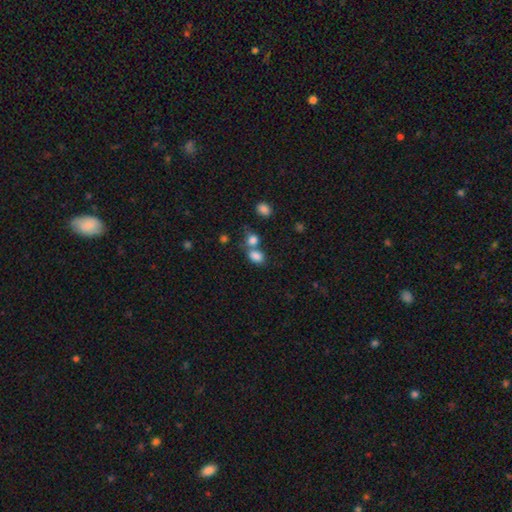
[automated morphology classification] smooth_or_featured: smooth (p=0.83) [alt: star or artifact p=0.11]
how_rounded: in between (p=0.74) [alt: round p=0.24]
merging: none (p=0.44) [alt: merger p=0.41]